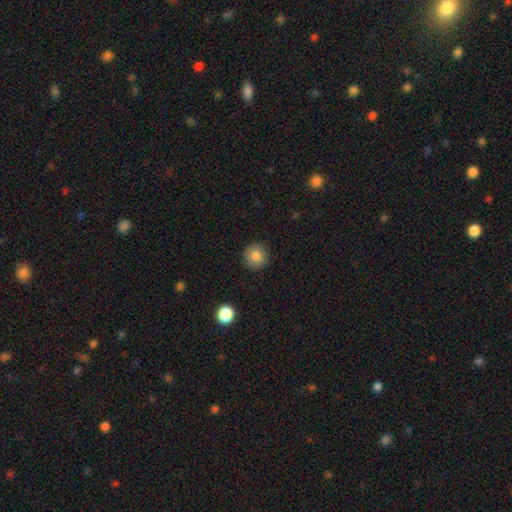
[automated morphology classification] type=smooth (86%); roundness=round (94%); merging=none (91%).